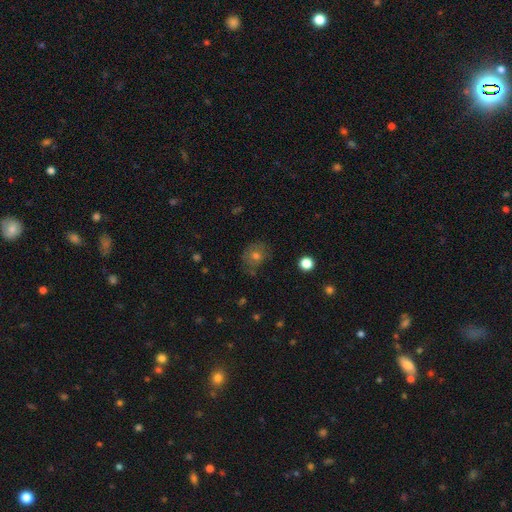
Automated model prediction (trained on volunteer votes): This appears to be a smooth galaxy with no disk features (66%) that is round (70%). Merging: none (69%).